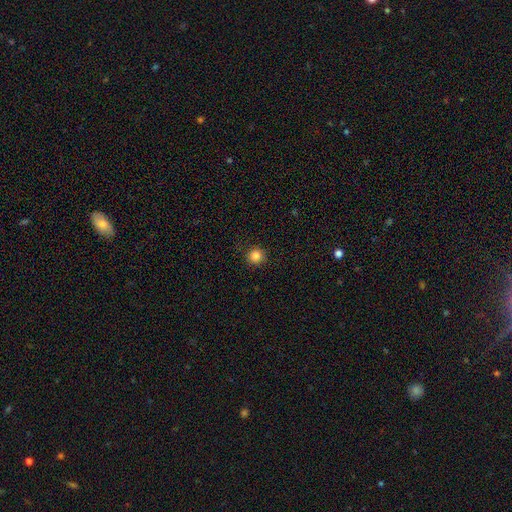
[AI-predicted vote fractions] Smooth or featured? smooth (84%)
How rounded? round (94%)
Merging? none (90%)